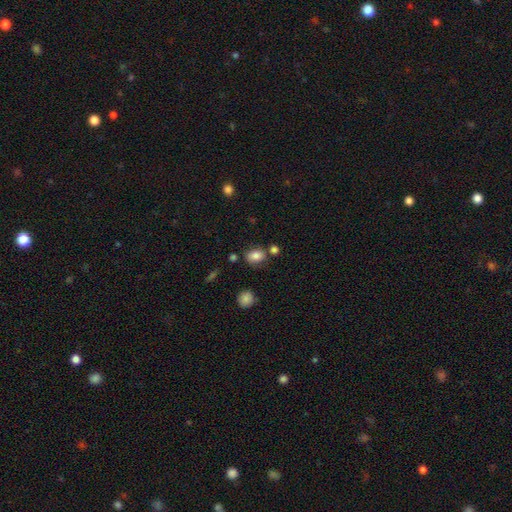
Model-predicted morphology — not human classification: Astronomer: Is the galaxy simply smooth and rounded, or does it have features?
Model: smooth — 82%.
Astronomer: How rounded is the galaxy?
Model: in between — 66%.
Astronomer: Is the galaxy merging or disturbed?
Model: none — 71%.